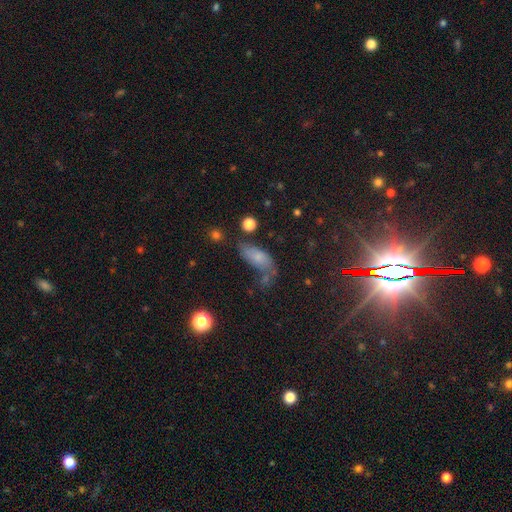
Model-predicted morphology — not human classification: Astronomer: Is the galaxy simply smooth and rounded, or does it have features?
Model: smooth — 68%.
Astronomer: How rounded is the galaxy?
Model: in between — 86%.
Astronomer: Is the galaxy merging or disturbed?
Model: none — 43% (runner-up: minor disturbance, 28%).